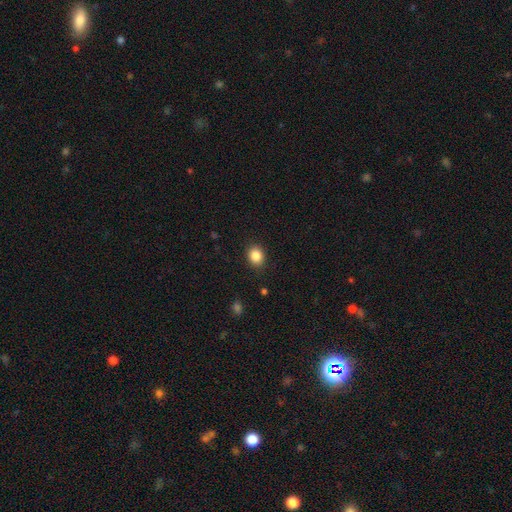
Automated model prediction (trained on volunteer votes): Smooth or featured: smooth — 85% (star or artifact — 10%)
How rounded: round — 61% (in between — 38%)
Merging: none — 89% (minor disturbance — 8%)